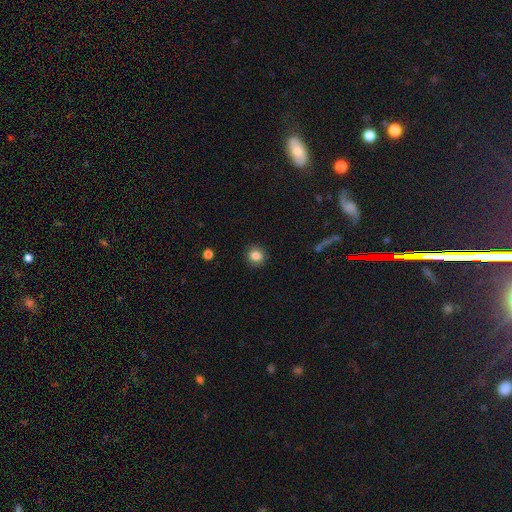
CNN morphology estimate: Smooth or featured?
  - smooth: 84% *
  - star or artifact: 10%
  - featured or disk: 6%
How rounded?
  - round: 87% *
  - in between: 12%
  - cigar-shaped: 1%
Merging?
  - none: 90% *
  - minor disturbance: 7%
  - major disturbance: 2%
  - merger: 1%